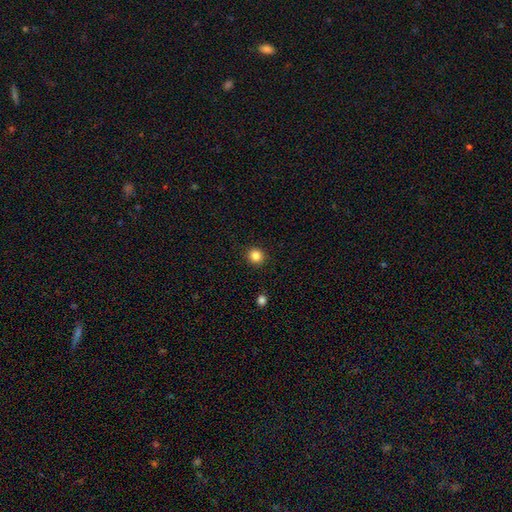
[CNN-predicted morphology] Smooth or featured?
  - smooth: 84% *
  - star or artifact: 11%
  - featured or disk: 4%
How rounded?
  - round: 91% *
  - in between: 8%
  - cigar-shaped: 1%
Merging?
  - none: 92% *
  - minor disturbance: 5%
  - major disturbance: 2%
  - merger: 1%